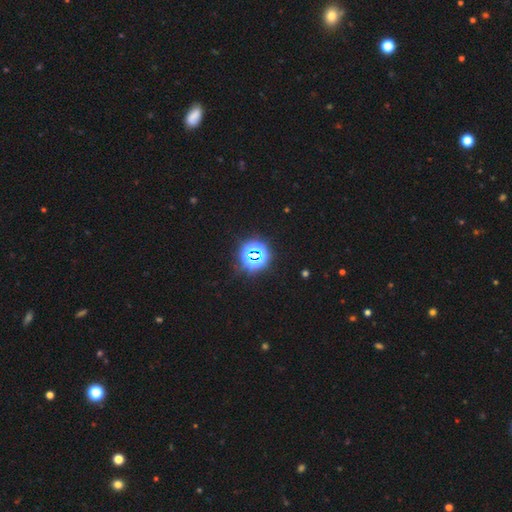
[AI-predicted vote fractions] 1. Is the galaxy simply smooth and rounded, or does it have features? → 73% star or artifact, 18% smooth, 9% featured or disk.